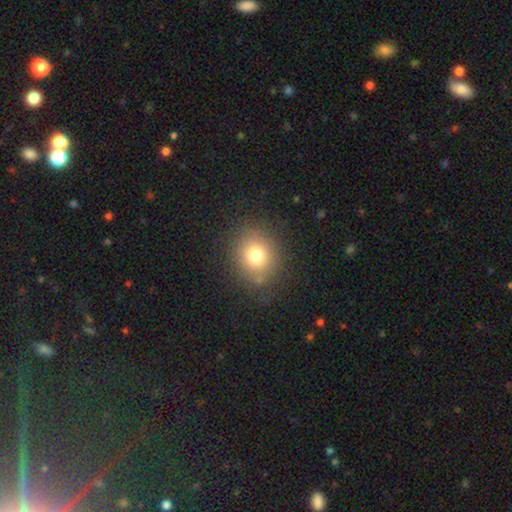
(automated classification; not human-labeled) Smooth or featured: smooth — 76% (star or artifact — 14%)
How rounded: round — 75% (in between — 24%)
Merging: none — 82% (minor disturbance — 12%)